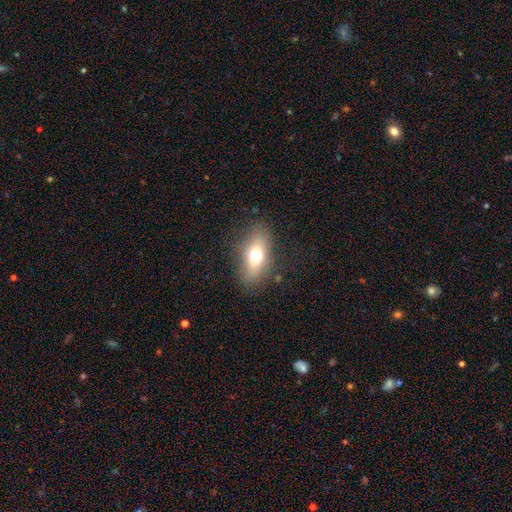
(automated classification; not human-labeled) Smooth or featured: smooth — 65% (featured or disk — 25%)
How rounded: in between — 78% (cigar-shaped — 12%)
Merging: none — 82% (minor disturbance — 12%)